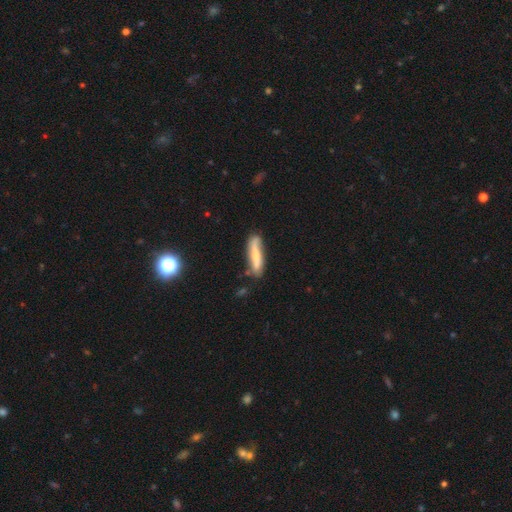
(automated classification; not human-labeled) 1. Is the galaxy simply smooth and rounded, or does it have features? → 51% smooth, 43% featured or disk, 6% star or artifact.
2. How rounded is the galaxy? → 71% cigar-shaped, 27% in between, 2% round.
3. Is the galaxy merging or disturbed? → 68% none, 22% minor disturbance, 6% major disturbance, 5% merger.